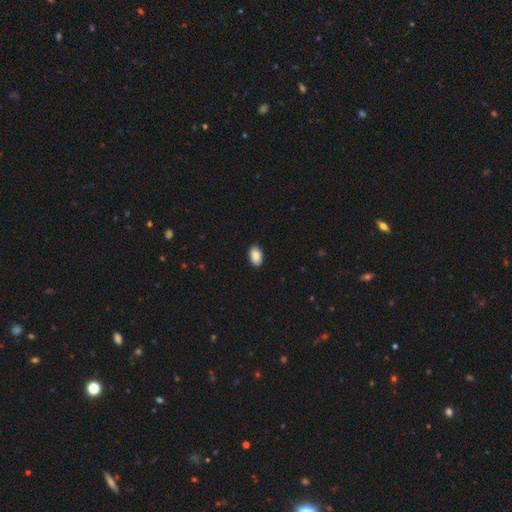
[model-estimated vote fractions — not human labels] This is clearly a smooth galaxy (89%). How rounded: clearly in between (93%). Merging: clearly none (89%).